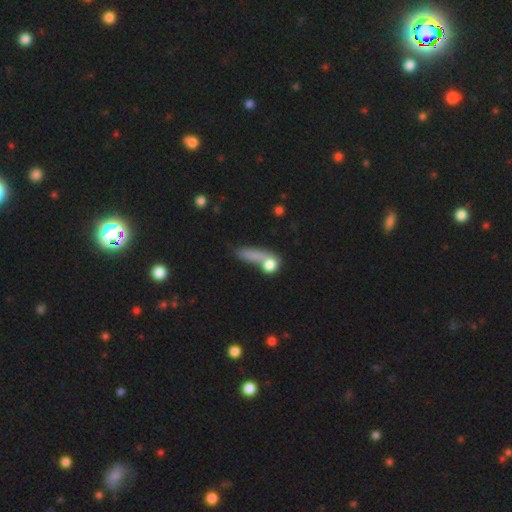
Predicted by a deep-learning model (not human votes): A smooth galaxy with no disk features (70%) that is cigar-shaped (38%).

Vote fractions:
- Smooth or featured? smooth: 70% / featured or disk: 18% / star or artifact: 12%
- How rounded? cigar-shaped: 38% / in between: 33% / round: 29%
- Merging? none: 39% / merger: 29% / major disturbance: 17% / minor disturbance: 14%